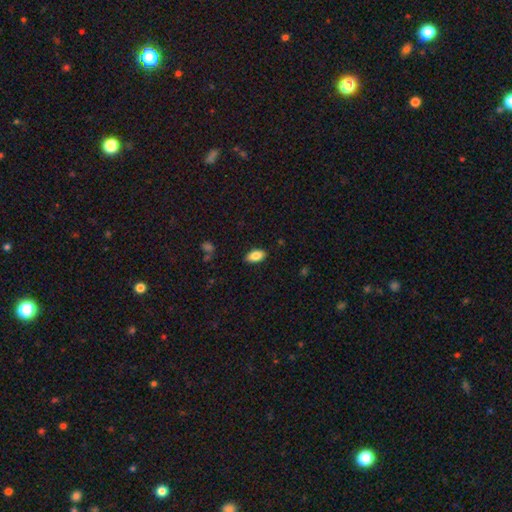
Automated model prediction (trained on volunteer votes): A smooth galaxy with no disk features (85%) that is in between round and cigar-shaped (92%). Merging: none (87%).